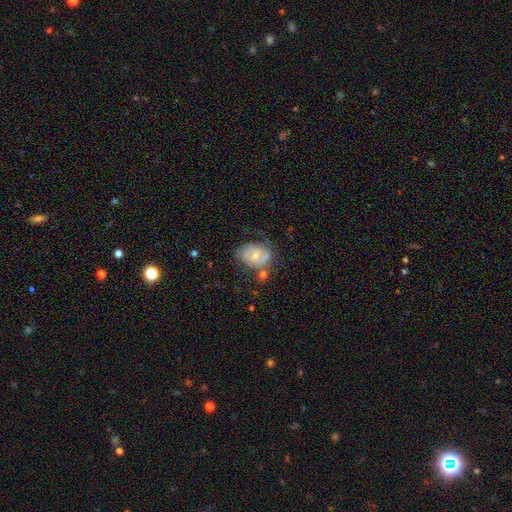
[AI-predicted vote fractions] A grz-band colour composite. It shows a featured or disk galaxy (67%) with no bar (56%), 2 (56%) tight (47%) spiral arms (81%) and a moderate central bulge (52%). Merging: none (49%).